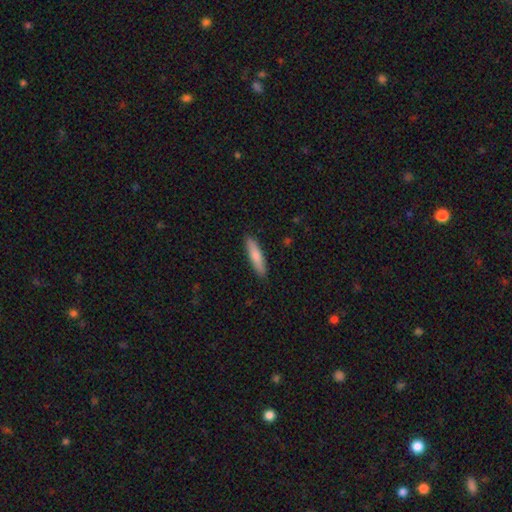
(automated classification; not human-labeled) A smooth galaxy with no disk features (77%) that is cigar-shaped (81%).

Vote fractions:
- Smooth or featured? smooth: 77% / featured or disk: 18% / star or artifact: 5%
- How rounded? cigar-shaped: 81% / in between: 18% / round: 1%
- Merging? none: 90% / minor disturbance: 8% / major disturbance: 2% / merger: 1%